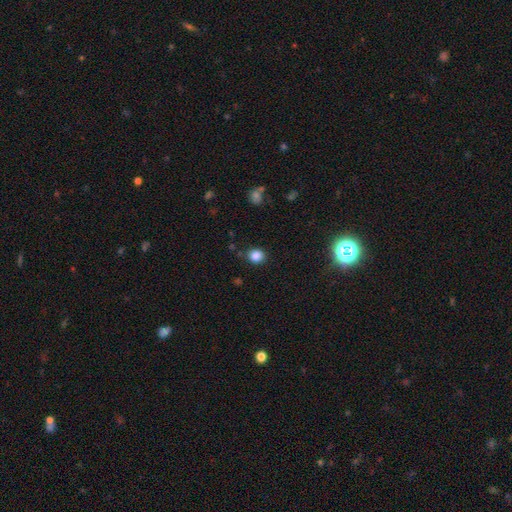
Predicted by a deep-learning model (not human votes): Morphology: type=smooth (85%); roundness=round (78%); merging=none (84%).